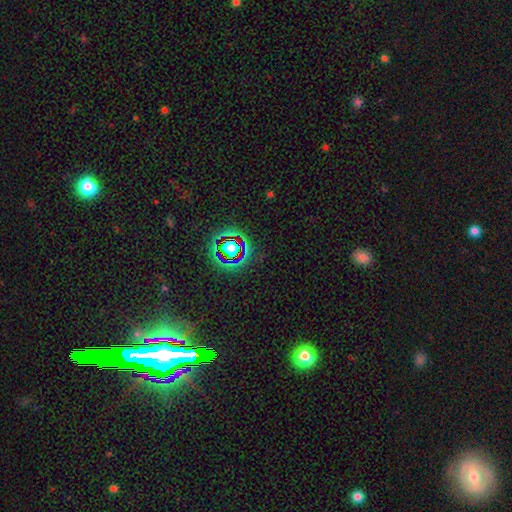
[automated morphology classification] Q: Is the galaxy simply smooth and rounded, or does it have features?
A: star or artifact — 75%.